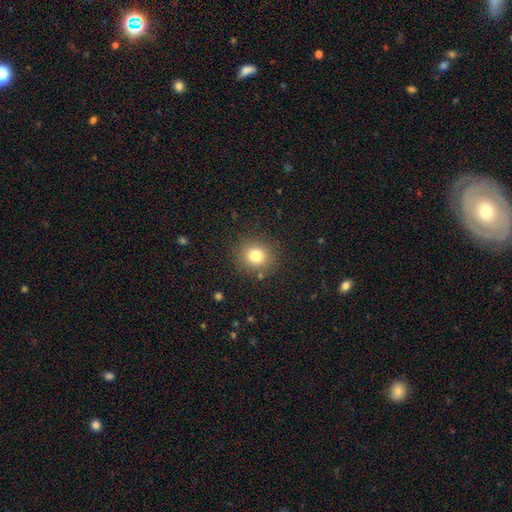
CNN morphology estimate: smooth 79%, star or artifact 13%, featured or disk 8%. Down the decision tree: how rounded — round (86%); merging — none (87%).